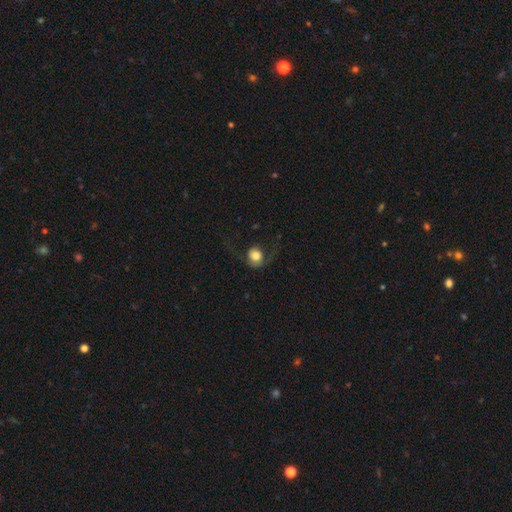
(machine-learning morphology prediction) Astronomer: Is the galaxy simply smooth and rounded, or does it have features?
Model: smooth — 65%.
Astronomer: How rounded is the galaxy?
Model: round — 75%.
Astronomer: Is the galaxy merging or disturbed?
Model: none — 48% (runner-up: major disturbance, 31%).